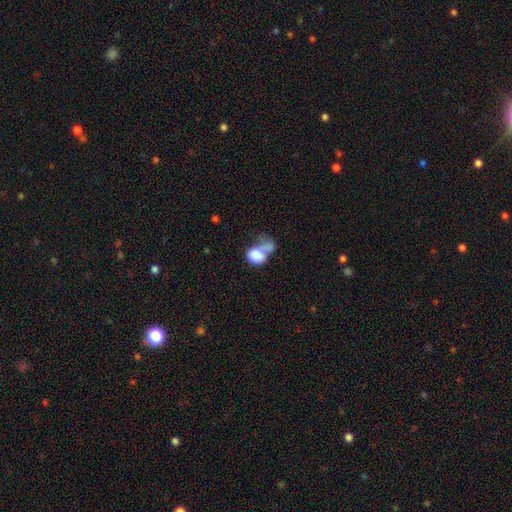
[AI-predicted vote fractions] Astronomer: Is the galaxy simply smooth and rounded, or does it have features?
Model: smooth — 77%.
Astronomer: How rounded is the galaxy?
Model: in between — 54% (runner-up: round, 45%).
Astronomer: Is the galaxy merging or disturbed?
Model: merger — 53%.